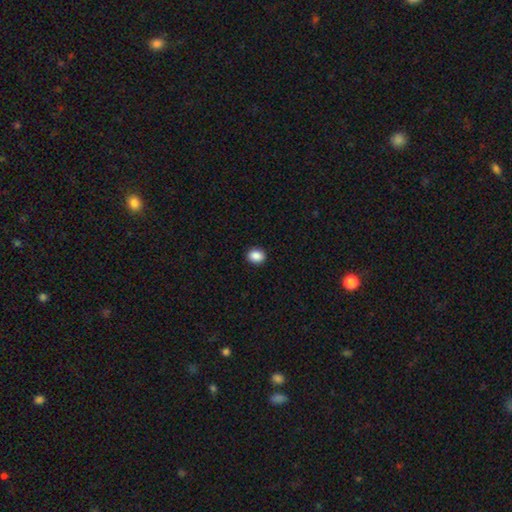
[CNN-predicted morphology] A smooth galaxy with no disk features (88%) that is round (54%). Merging: none (91%).